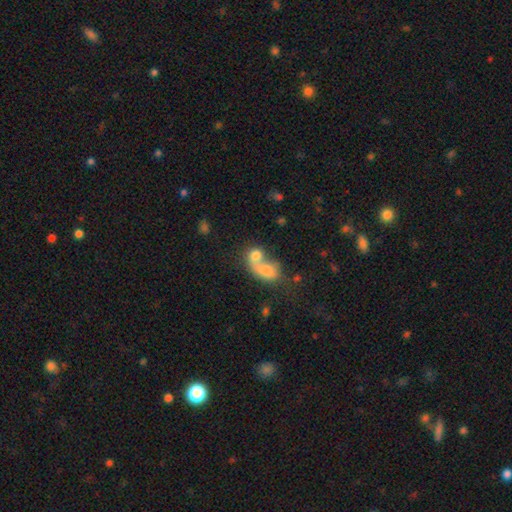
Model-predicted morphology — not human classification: Smooth or featured? Predicted: smooth (p=0.71). How rounded? Predicted: in between (p=0.58). Merging? Predicted: merger (p=0.72).